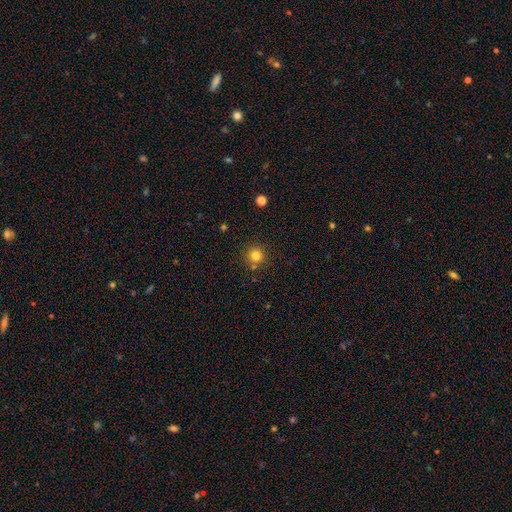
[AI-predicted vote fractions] smooth 81%, star or artifact 13%, featured or disk 6%. Down the decision tree: how rounded — round (94%); merging — none (82%).